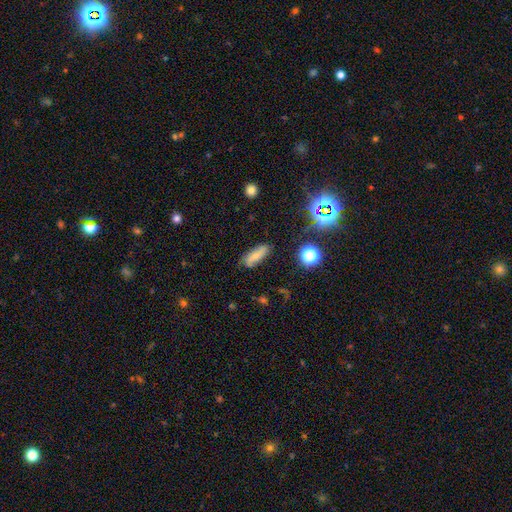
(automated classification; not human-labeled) Smooth or featured: smooth — 55% (featured or disk — 33%)
How rounded: in between — 61% (cigar-shaped — 34%)
Merging: none — 74% (minor disturbance — 19%)